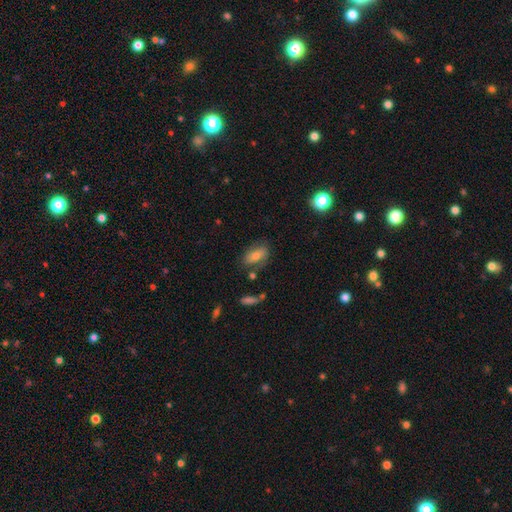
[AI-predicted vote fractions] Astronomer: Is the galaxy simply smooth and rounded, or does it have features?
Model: smooth — 66%.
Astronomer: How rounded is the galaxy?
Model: in between — 85%.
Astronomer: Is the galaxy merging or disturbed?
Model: none — 67%.